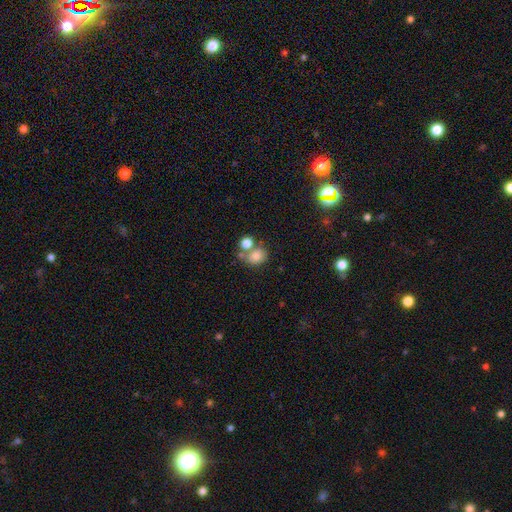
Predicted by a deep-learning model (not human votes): smooth_or_featured: smooth (p=0.78) [alt: star or artifact p=0.12]
how_rounded: round (p=0.62) [alt: in between p=0.37]
merging: none (p=0.48) [alt: merger p=0.36]